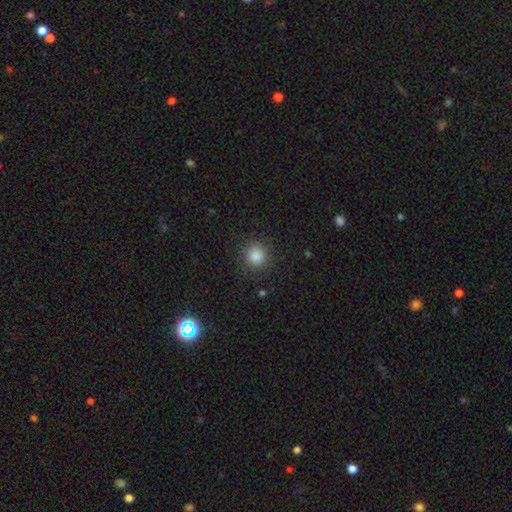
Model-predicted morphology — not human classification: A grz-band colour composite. It shows a smooth galaxy with no disk features (84%) that is round (93%). Merging: none (90%).